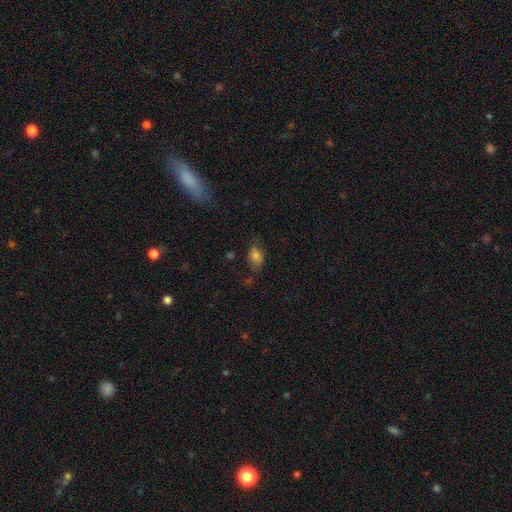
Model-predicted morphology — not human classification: A smooth galaxy with no disk features (78%) that is in between round and cigar-shaped (80%). Merging: none (64%).